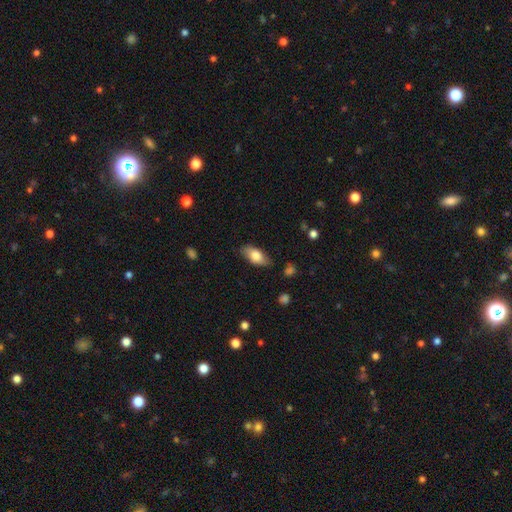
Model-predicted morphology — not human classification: Smooth or featured? Predicted: smooth (p=0.76). How rounded? Predicted: in between (p=0.89). Merging? Predicted: none (p=0.80).